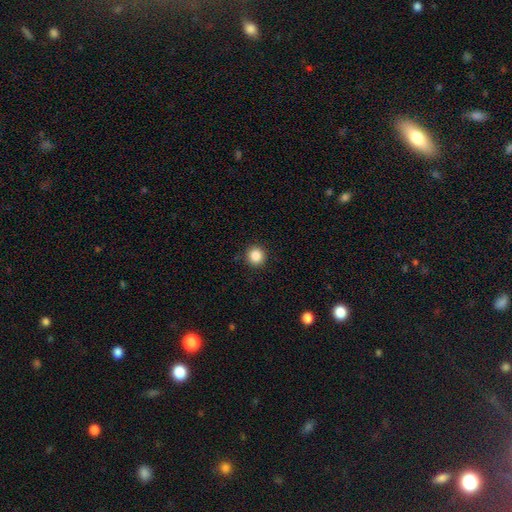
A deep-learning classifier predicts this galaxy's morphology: smooth 86%, star or artifact 10%, featured or disk 3%. Down the decision tree: how rounded — round (94%); merging — none (91%).